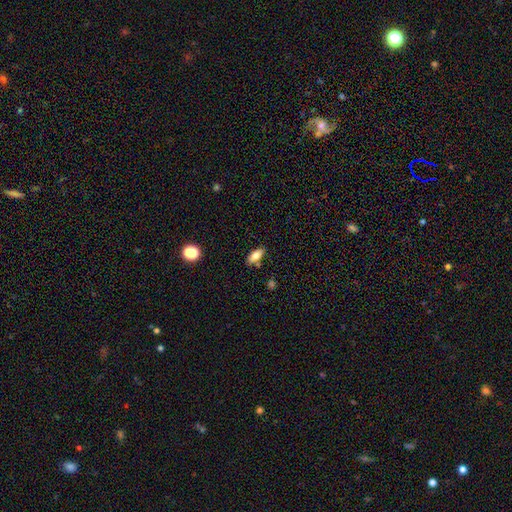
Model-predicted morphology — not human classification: This appears to be a smooth galaxy with no disk features (76%) that is in between round and cigar-shaped (82%). Merging: none (78%).